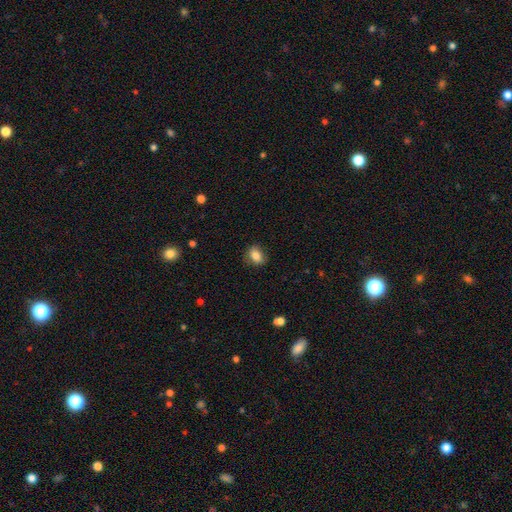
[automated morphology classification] smooth_or_featured: smooth (p=0.83) [alt: star or artifact p=0.09]
how_rounded: in between (p=0.69) [alt: round p=0.30]
merging: none (p=0.80) [alt: minor disturbance p=0.15]